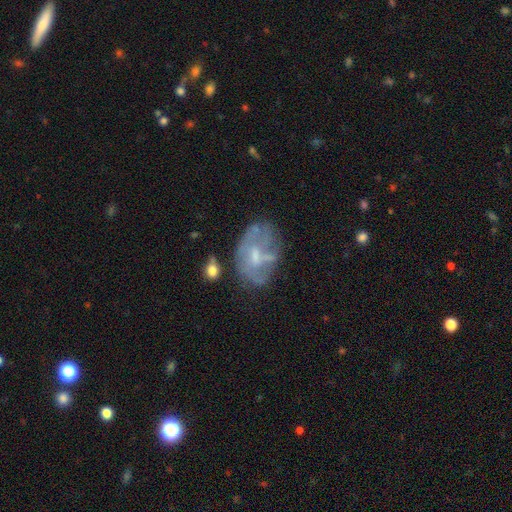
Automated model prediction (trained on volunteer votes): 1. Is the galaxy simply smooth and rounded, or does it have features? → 62% featured or disk, 29% smooth, 9% star or artifact.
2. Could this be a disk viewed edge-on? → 97% no, 3% yes.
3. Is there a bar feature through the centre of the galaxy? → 59% no, 35% weak, 6% strong.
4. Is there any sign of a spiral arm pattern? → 58% no, 42% yes.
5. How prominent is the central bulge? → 43% small, 36% moderate, 18% none, 2% large, 1% dominant.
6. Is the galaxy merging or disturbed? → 45% none, 25% minor disturbance, 21% major disturbance, 9% merger.